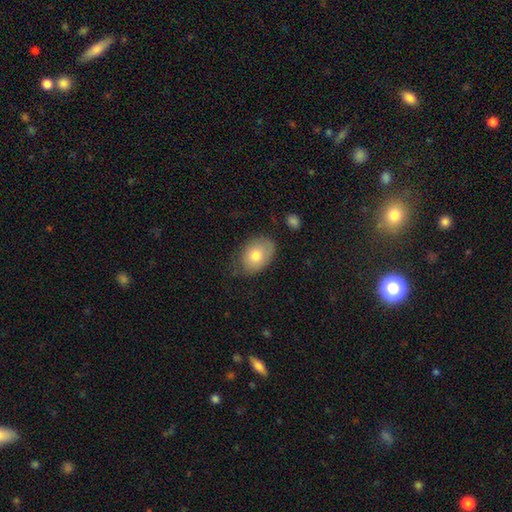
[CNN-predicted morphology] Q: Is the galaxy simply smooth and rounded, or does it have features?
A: smooth — 75%.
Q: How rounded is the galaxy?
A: in between — 78%.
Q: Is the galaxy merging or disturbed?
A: none — 66%.